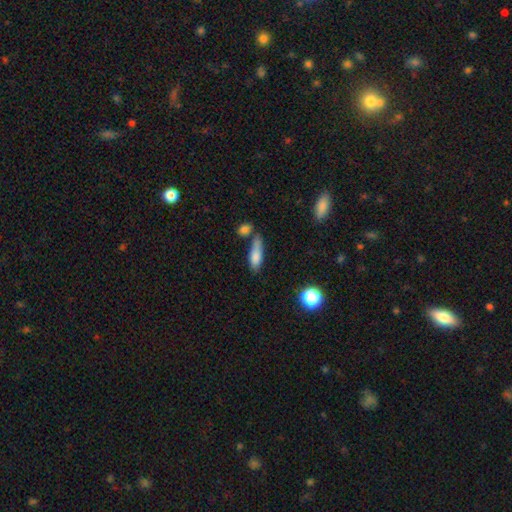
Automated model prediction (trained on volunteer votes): Smooth or featured? Predicted: smooth (p=0.79). How rounded? Predicted: in between (p=0.50). Merging? Predicted: none (p=0.46).